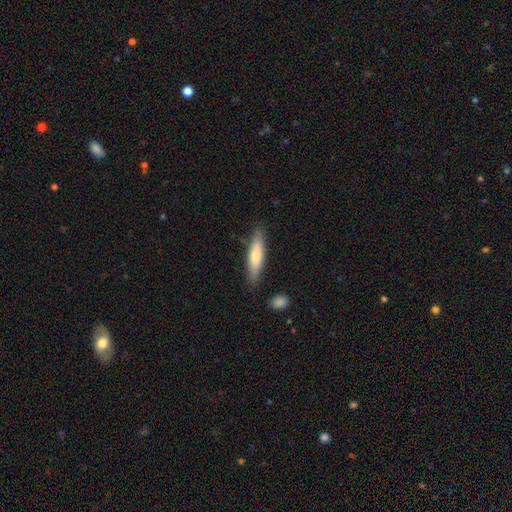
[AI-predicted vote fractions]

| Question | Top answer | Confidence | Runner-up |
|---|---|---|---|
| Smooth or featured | smooth | 71% | featured or disk (23%) |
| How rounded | cigar-shaped | 77% | in between (21%) |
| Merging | none | 84% | minor disturbance (12%) |